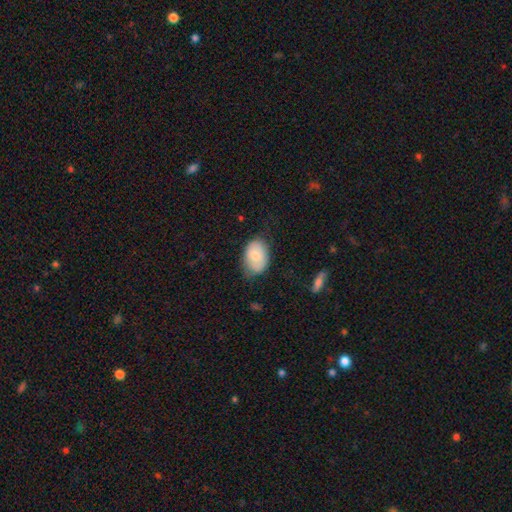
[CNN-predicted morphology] Smooth or featured?
  - smooth: 78% *
  - featured or disk: 16%
  - star or artifact: 7%
How rounded?
  - in between: 87% *
  - round: 12%
  - cigar-shaped: 1%
Merging?
  - none: 63% *
  - minor disturbance: 28%
  - major disturbance: 7%
  - merger: 2%